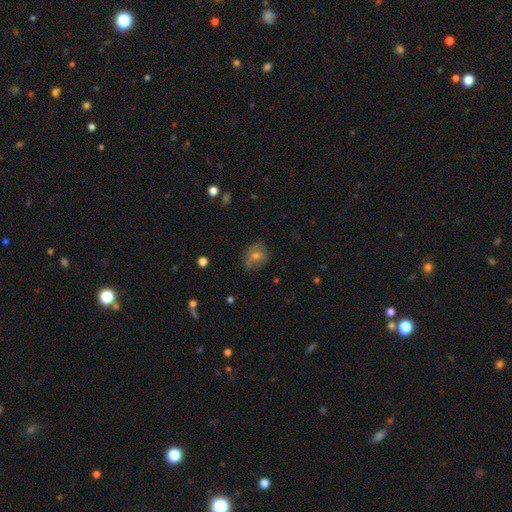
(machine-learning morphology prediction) Smooth or featured?
  - smooth: 45% *
  - featured or disk: 40%
  - star or artifact: 15%
Merging?
  - none: 72% *
  - minor disturbance: 20%
  - major disturbance: 7%
  - merger: 1%